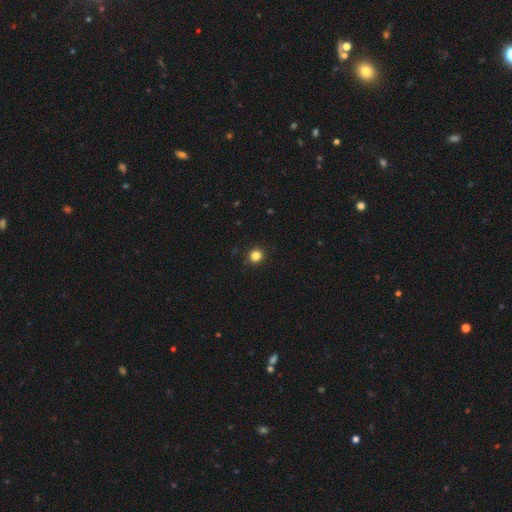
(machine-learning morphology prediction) Smooth or featured?
  - smooth: 84% *
  - star or artifact: 13%
  - featured or disk: 4%
How rounded?
  - round: 92% *
  - in between: 7%
  - cigar-shaped: 1%
Merging?
  - none: 92% *
  - minor disturbance: 5%
  - major disturbance: 2%
  - merger: 1%